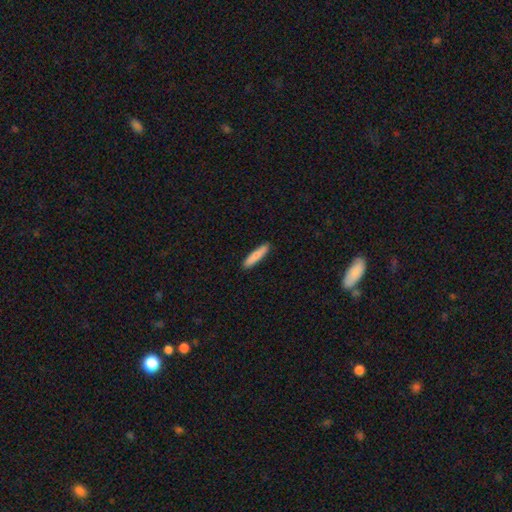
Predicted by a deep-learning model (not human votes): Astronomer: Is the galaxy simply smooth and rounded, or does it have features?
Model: smooth — 80%.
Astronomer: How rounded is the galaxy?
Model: cigar-shaped — 86%.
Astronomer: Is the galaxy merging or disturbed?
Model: none — 90%.